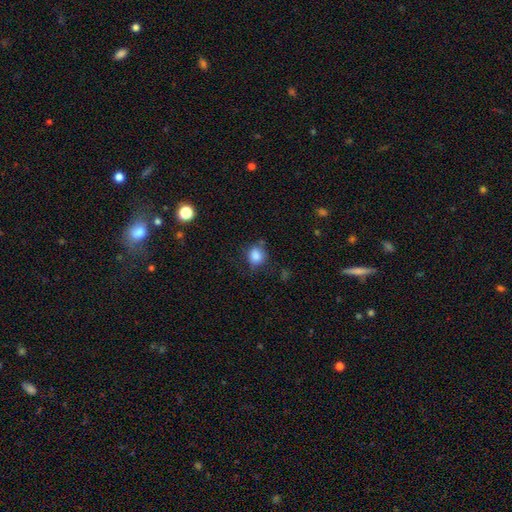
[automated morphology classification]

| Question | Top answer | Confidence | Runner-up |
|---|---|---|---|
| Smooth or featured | smooth | 84% | star or artifact (10%) |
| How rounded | round | 71% | in between (28%) |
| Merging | none | 66% | minor disturbance (22%) |